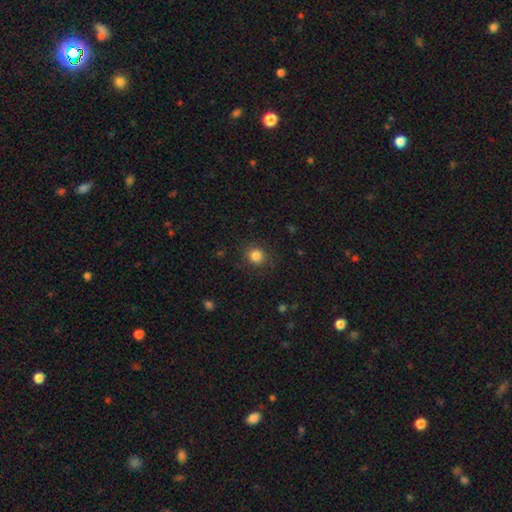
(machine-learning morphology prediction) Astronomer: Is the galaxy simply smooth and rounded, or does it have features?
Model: smooth — 84%.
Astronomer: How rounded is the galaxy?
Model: round — 88%.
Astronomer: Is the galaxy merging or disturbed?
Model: none — 87%.